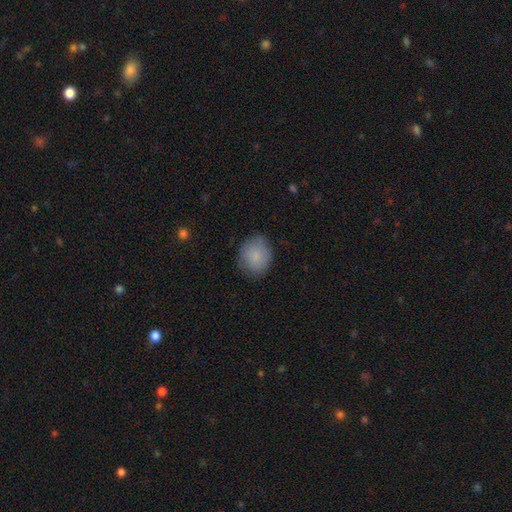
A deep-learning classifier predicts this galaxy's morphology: type=smooth (84%); roundness=round (65%); merging=none (77%).